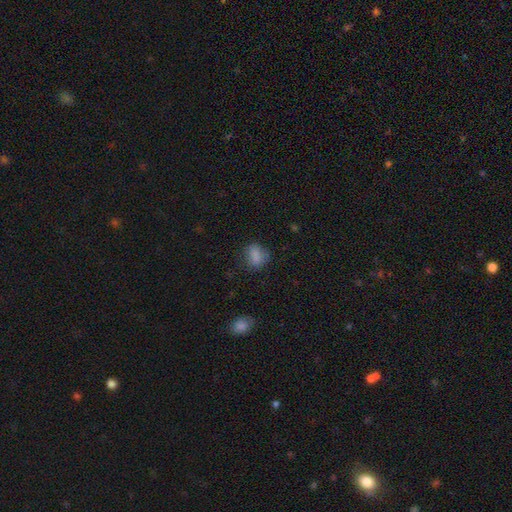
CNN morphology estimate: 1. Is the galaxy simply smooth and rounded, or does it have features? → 80% smooth, 11% star or artifact, 9% featured or disk.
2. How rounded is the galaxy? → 62% in between, 35% round, 3% cigar-shaped.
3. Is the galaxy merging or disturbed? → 69% none, 21% minor disturbance, 8% major disturbance, 2% merger.